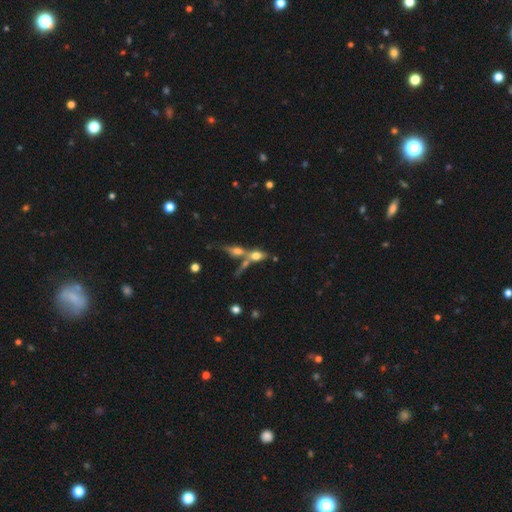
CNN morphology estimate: smooth 51%, featured or disk 36%, star or artifact 12%. Down the decision tree: how rounded — in between (63%); merging — merger (53%).